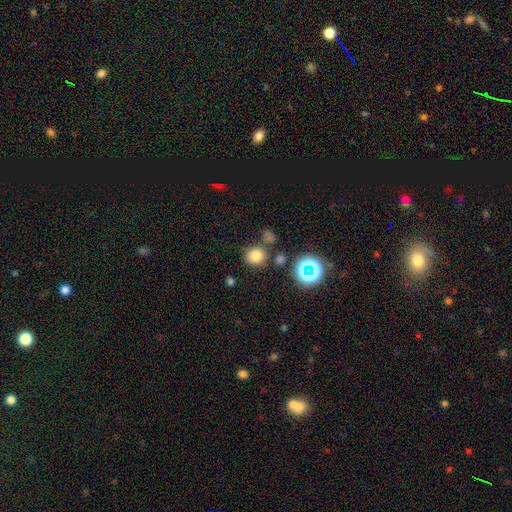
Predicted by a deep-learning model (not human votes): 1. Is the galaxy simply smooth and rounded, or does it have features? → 75% smooth, 18% star or artifact, 7% featured or disk.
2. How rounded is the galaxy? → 84% round, 15% in between, 1% cigar-shaped.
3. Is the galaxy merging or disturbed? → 77% none, 10% minor disturbance, 9% merger, 4% major disturbance.